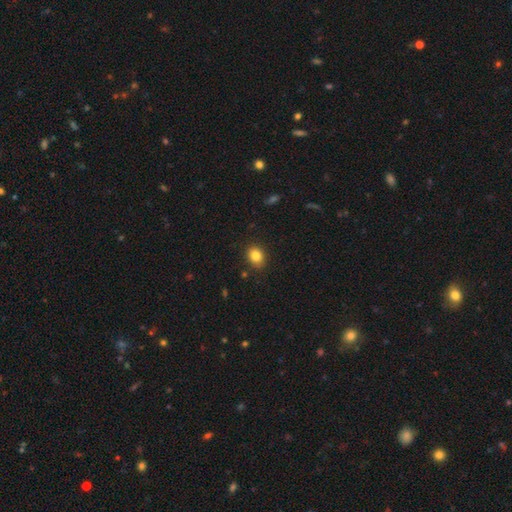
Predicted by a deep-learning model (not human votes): The model was most divided on "how rounded": in between: 53%, round: 46%, cigar-shaped: 1%. More confident: merging — none (86%); smooth or featured — smooth (84%).